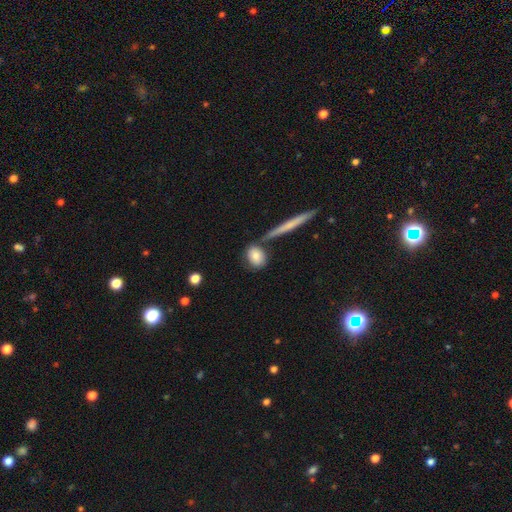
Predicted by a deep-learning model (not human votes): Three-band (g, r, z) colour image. It shows a smooth galaxy with no disk features (80%) that is in between round and cigar-shaped (59%). Merging: none (68%).